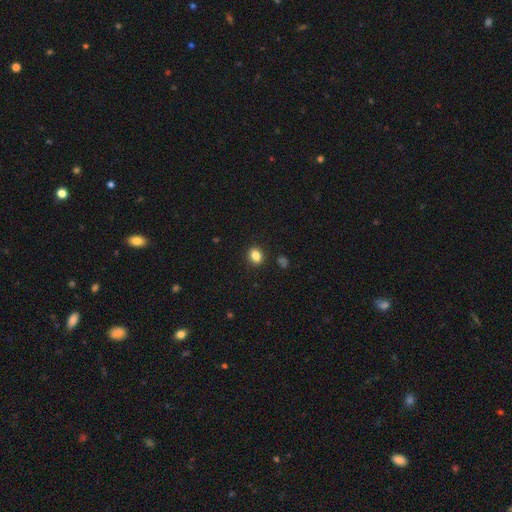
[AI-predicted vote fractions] A smooth galaxy with no disk features (84%) that is in between round and cigar-shaped (54%). Merging: none (89%).